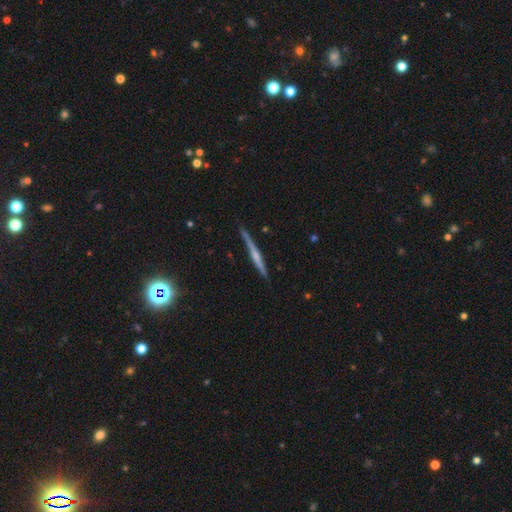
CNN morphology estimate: A featured or disk galaxy (67%) viewed edge-on (98%) with a rounded central bulge (55%). Merging: none (88%).